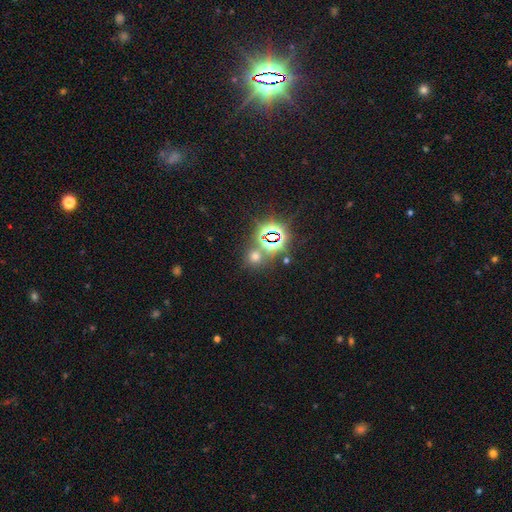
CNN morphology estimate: A star or artifact, not a galaxy (57%).